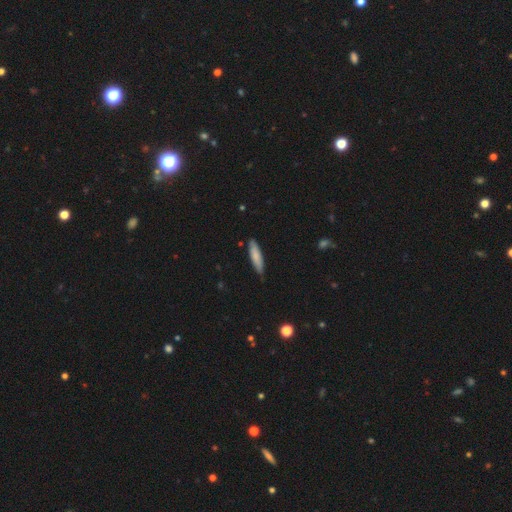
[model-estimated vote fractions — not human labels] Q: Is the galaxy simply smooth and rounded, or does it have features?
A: smooth — 79%.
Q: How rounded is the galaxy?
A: cigar-shaped — 75%.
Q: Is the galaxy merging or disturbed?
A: none — 84%.